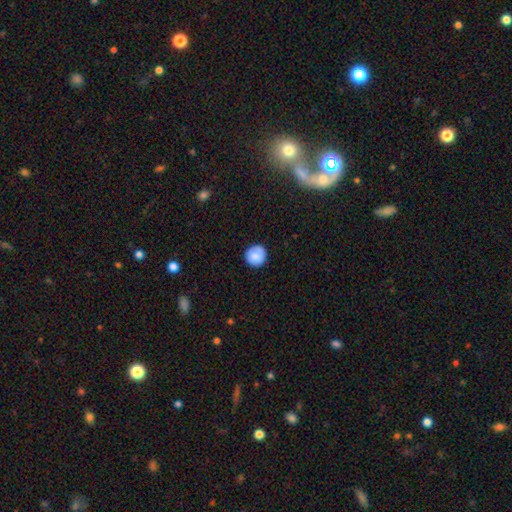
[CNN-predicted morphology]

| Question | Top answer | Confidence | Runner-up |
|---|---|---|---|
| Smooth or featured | smooth | 84% | featured or disk (8%) |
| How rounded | round | 94% | in between (5%) |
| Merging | none | 88% | minor disturbance (9%) |